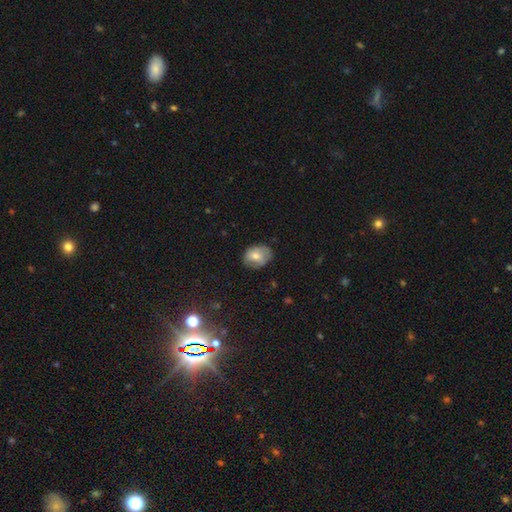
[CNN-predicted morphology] smooth 67%, featured or disk 23%, star or artifact 9%. Down the decision tree: how rounded — in between (63%); merging — none (70%).